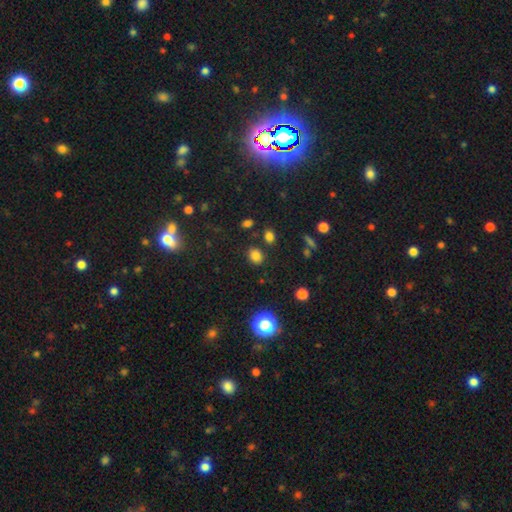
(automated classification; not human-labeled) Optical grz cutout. It shows a smooth galaxy with no disk features (78%) that is round (57%). Merging: none (82%).